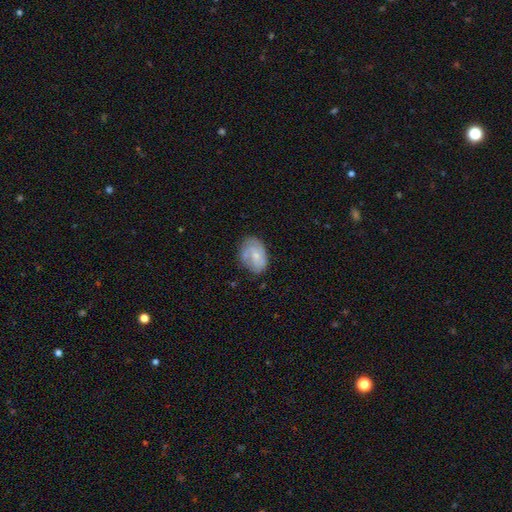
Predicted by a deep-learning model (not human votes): The model was most divided on "smooth or featured": featured or disk: 47%, smooth: 46%, star or artifact: 7%. More confident: merging — none (61%).